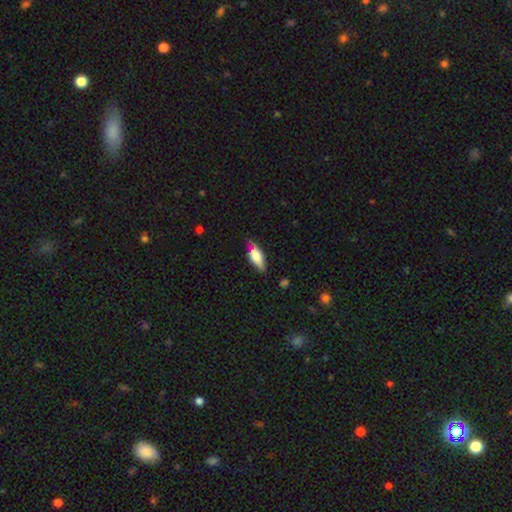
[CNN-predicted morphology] This appears to be a smooth galaxy with no disk features (62%) that is in between round and cigar-shaped (68%). Merging: none (73%).